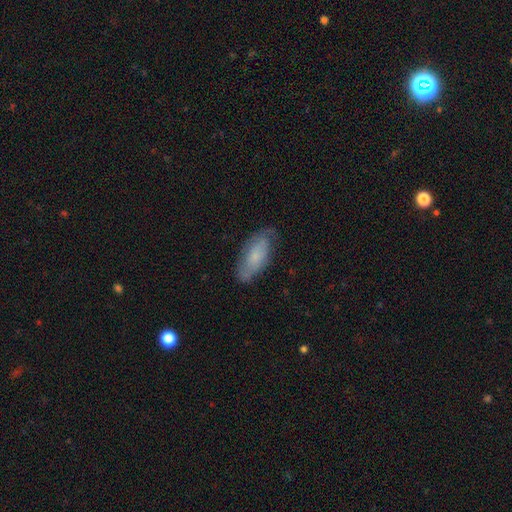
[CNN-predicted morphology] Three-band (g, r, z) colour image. It shows a smooth galaxy with no disk features (58%) that is in between round and cigar-shaped (82%). Merging: none (69%).